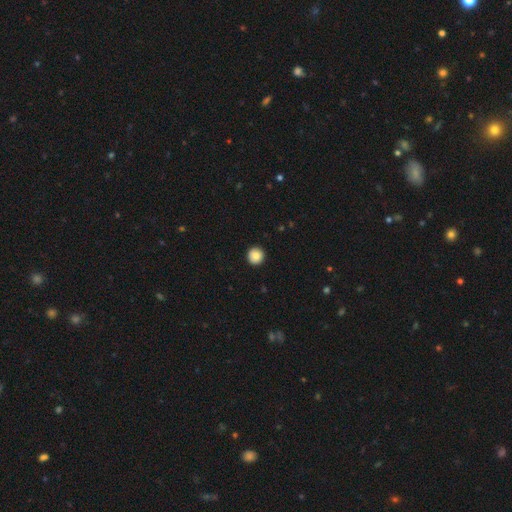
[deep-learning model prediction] The model was most divided on "smooth or featured": smooth: 83%, star or artifact: 9%, featured or disk: 8%. More confident: how rounded — round (96%); merging — none (94%).